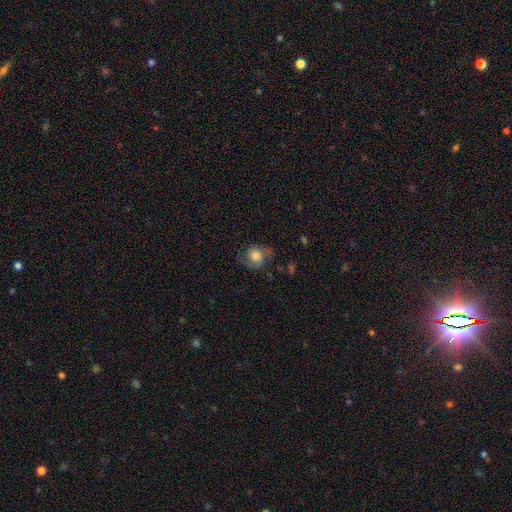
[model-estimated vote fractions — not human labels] Smooth or featured? featured or disk (49%)
Merging? none (60%)